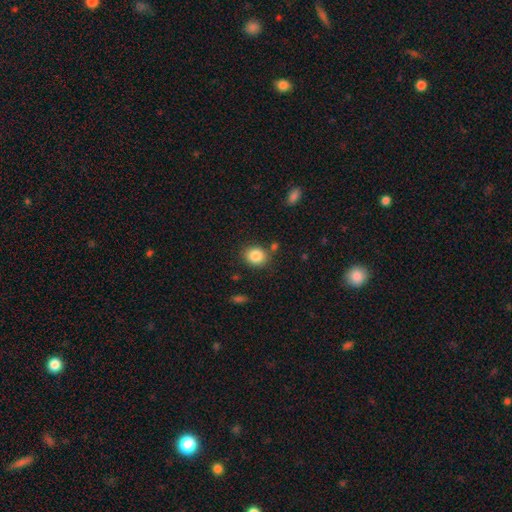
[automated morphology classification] The model was most divided on "how rounded": round: 65%, in between: 35%, cigar-shaped: 1%. More confident: smooth or featured — smooth (86%); merging — none (80%).